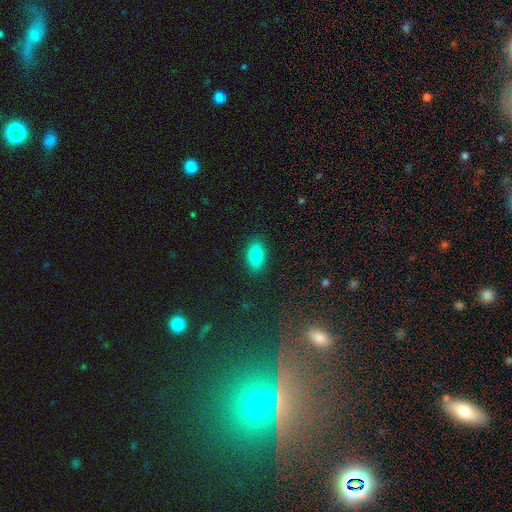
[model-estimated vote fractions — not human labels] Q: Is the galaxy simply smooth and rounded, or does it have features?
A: smooth — 82%.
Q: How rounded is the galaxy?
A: in between — 91%.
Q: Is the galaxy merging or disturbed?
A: none — 88%.